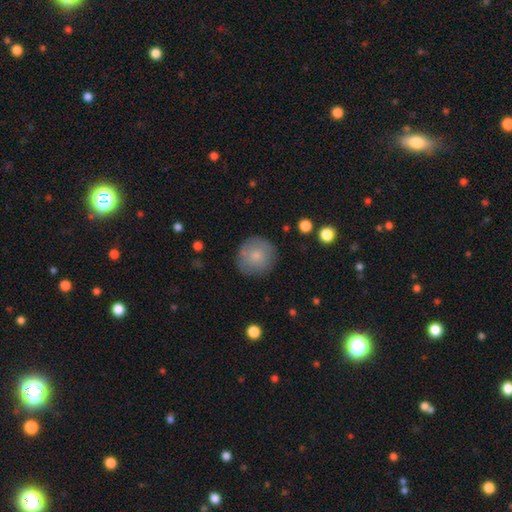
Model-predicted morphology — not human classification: smooth_or_featured: smooth (p=0.77) [alt: featured or disk p=0.16]
how_rounded: round (p=0.92) [alt: in between p=0.07]
merging: none (p=0.81) [alt: minor disturbance p=0.13]